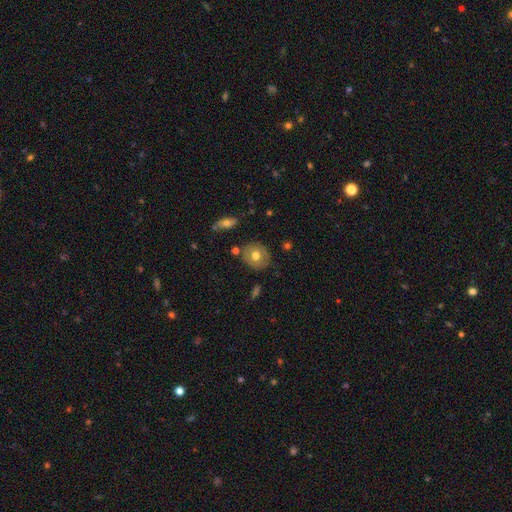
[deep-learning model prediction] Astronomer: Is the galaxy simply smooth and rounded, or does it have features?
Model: smooth — 63%.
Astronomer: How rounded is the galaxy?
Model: round — 81%.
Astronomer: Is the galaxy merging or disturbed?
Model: none — 82%.